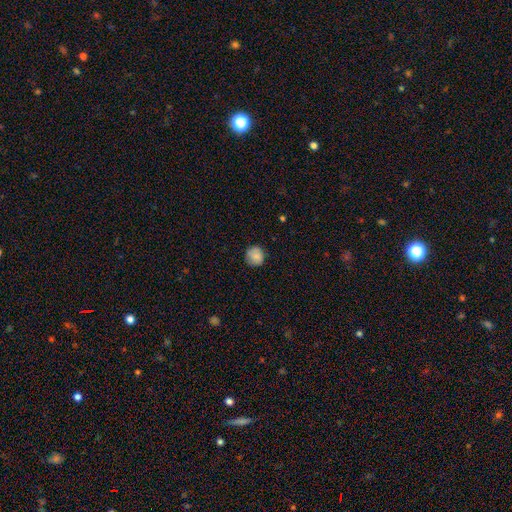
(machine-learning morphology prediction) A smooth galaxy with no disk features (83%) that is round (91%).

Vote fractions:
- Smooth or featured? smooth: 83% / featured or disk: 10% / star or artifact: 8%
- How rounded? round: 91% / in between: 8% / cigar-shaped: 1%
- Merging? none: 82% / minor disturbance: 14% / major disturbance: 3% / merger: 1%